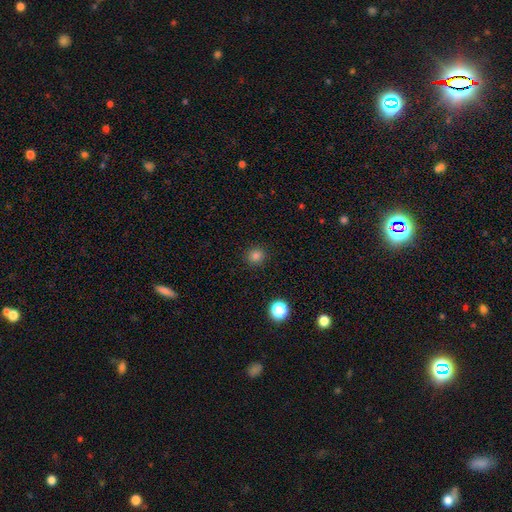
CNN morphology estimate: This is clearly a smooth galaxy (82%). How rounded: clearly round (91%). Merging: clearly none (91%).